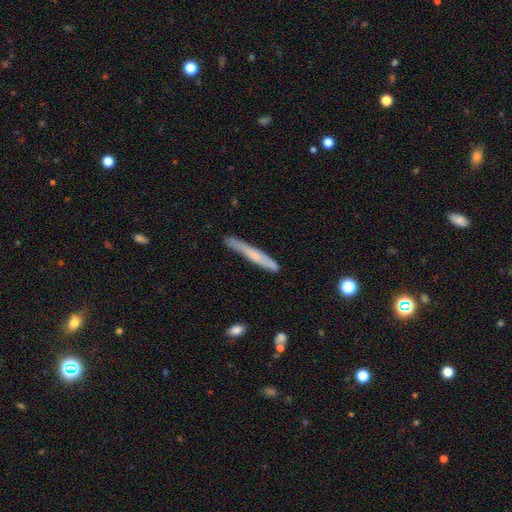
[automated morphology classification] smooth-or-featured: smooth: 55% | featured or disk: 39% | star or artifact: 7%
  how-rounded: cigar-shaped: 96% | in between: 3% | round: 1%
  merging: none: 76% | minor disturbance: 18% | major disturbance: 3% | merger: 2%